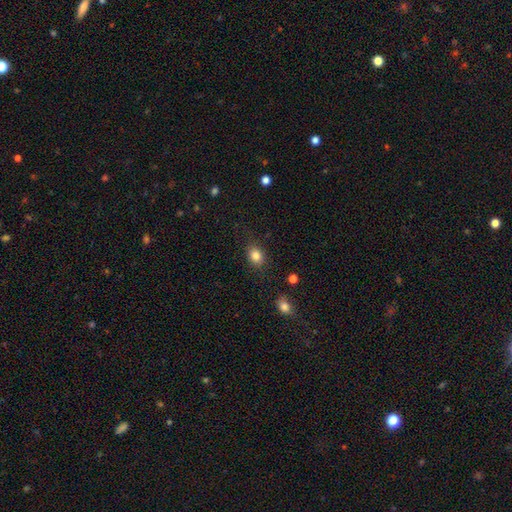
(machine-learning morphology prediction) Smooth or featured: smooth — 84% (star or artifact — 10%)
How rounded: in between — 52% (round — 47%)
Merging: none — 82% (minor disturbance — 13%)